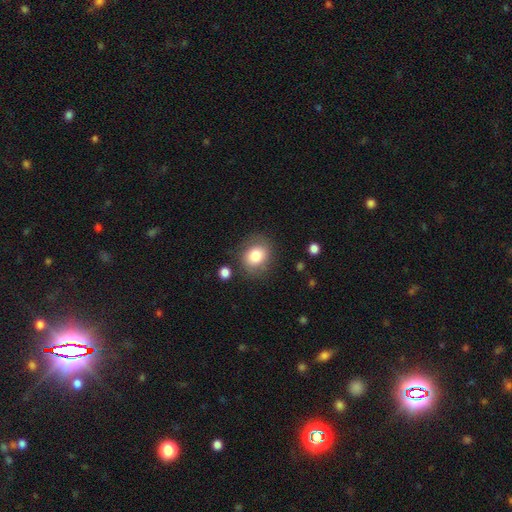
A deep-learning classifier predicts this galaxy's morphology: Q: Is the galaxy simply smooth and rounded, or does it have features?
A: smooth — 80%.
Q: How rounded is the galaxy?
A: round — 63%.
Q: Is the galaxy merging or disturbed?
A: none — 79%.